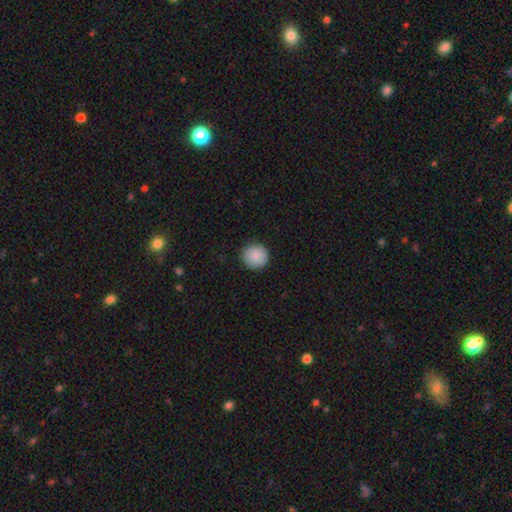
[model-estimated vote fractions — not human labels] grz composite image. It shows a smooth galaxy with no disk features (88%) that is round (94%). Merging: none (90%).